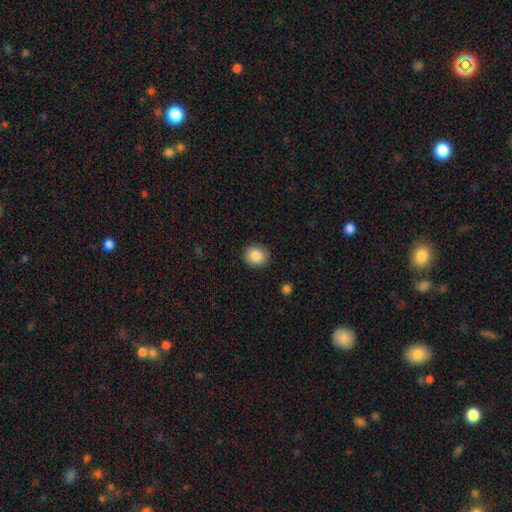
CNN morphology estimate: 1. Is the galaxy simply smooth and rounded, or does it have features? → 87% smooth, 8% star or artifact, 5% featured or disk.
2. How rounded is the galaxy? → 76% round, 23% in between, 1% cigar-shaped.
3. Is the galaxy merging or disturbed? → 90% none, 7% minor disturbance, 2% major disturbance, 1% merger.